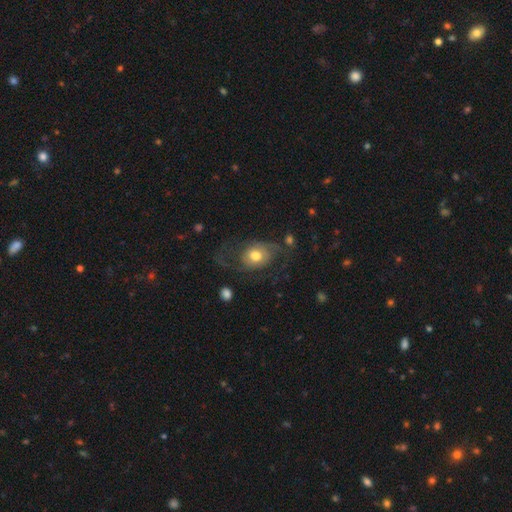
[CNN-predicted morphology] smooth 47%, featured or disk 46%, star or artifact 8%. Down the decision tree: merging — none (42%).